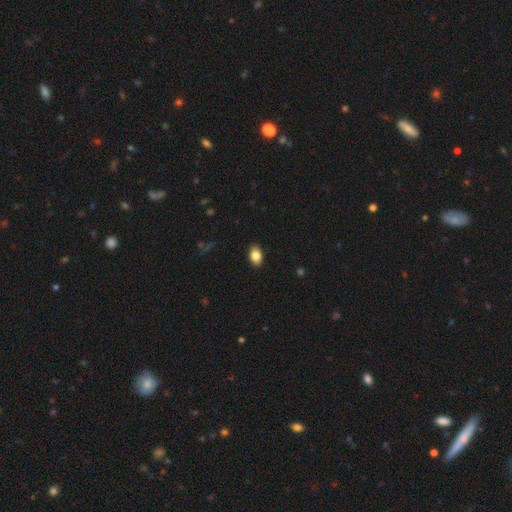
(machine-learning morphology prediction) The model was most divided on "smooth or featured": smooth: 83%, featured or disk: 9%, star or artifact: 8%. More confident: merging — none (89%); how rounded — in between (87%).